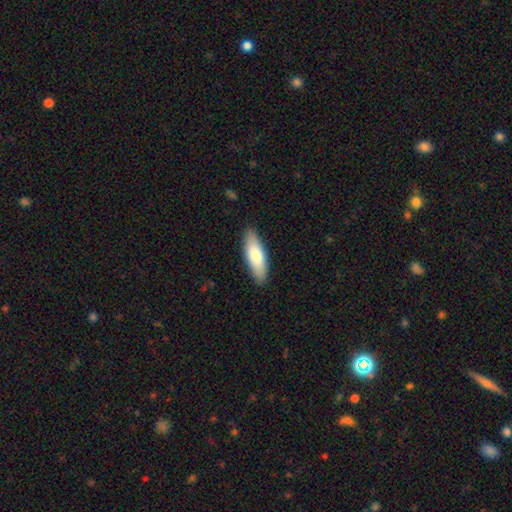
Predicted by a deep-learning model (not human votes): Morphology: type=smooth (79%); roundness=in between (60%); merging=none (88%).